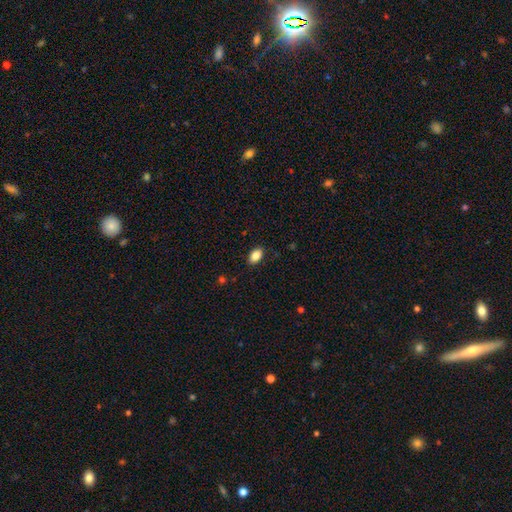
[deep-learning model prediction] This is clearly a smooth galaxy (85%). How rounded: clearly in between (90%). Merging: clearly none (86%).